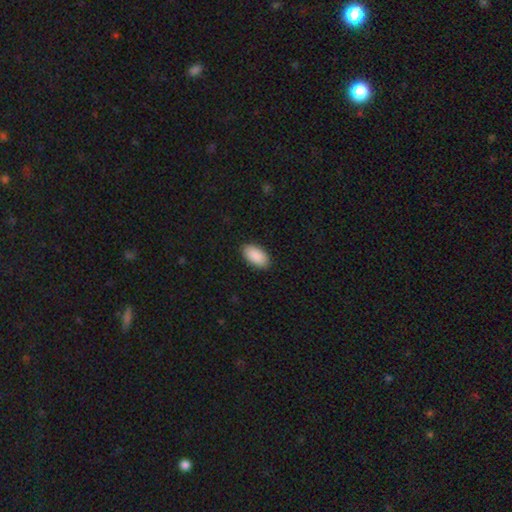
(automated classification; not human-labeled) This appears to be a smooth galaxy with no disk features (92%) that is in between round and cigar-shaped (96%). Merging: none (90%).